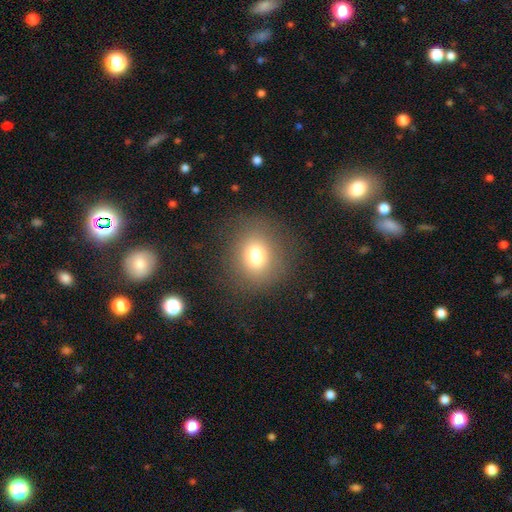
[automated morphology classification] A smooth galaxy with no disk features (74%) that is round (79%).

Vote fractions:
- Smooth or featured? smooth: 74% / star or artifact: 15% / featured or disk: 11%
- How rounded? round: 79% / in between: 20% / cigar-shaped: 1%
- Merging? none: 85% / minor disturbance: 9% / major disturbance: 5% / merger: 1%